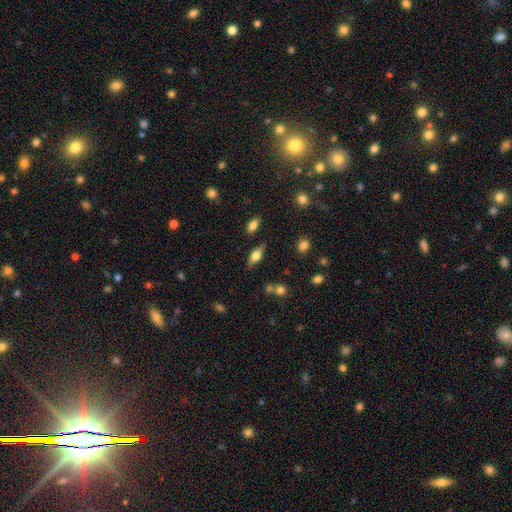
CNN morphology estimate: A smooth galaxy with no disk features (48%). Merging: none (78%).